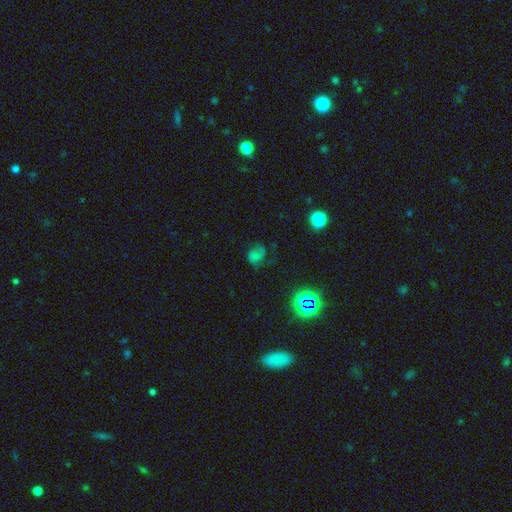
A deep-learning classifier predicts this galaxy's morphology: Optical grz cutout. It shows a smooth galaxy with no disk features (40%). Merging: none (50%).